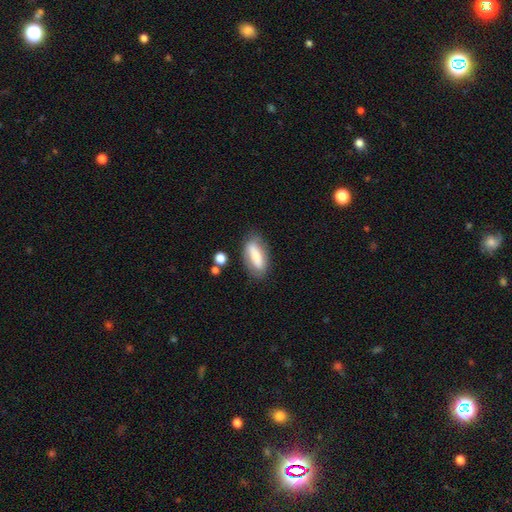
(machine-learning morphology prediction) Q: Smooth or featured?
A: smooth (70%); runner-up: featured or disk (23%)
Q: How rounded?
A: in between (73%); runner-up: cigar-shaped (25%)
Q: Merging?
A: none (76%); runner-up: minor disturbance (16%)